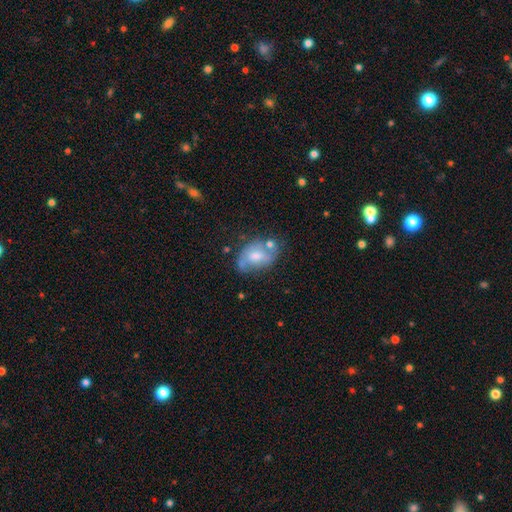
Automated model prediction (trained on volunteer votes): Smooth or featured: smooth — 46% (featured or disk — 45%)
Merging: none — 42% (minor disturbance — 28%)